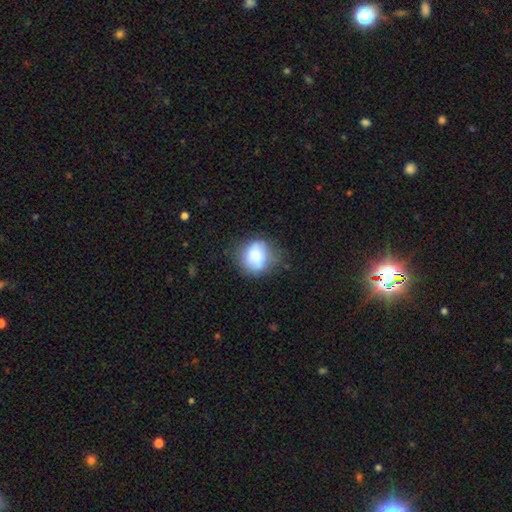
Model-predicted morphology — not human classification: Smooth or featured?
  - smooth: 74% *
  - featured or disk: 18%
  - star or artifact: 8%
How rounded?
  - round: 75% *
  - in between: 24%
  - cigar-shaped: 1%
Merging?
  - none: 62% *
  - minor disturbance: 27%
  - major disturbance: 9%
  - merger: 2%